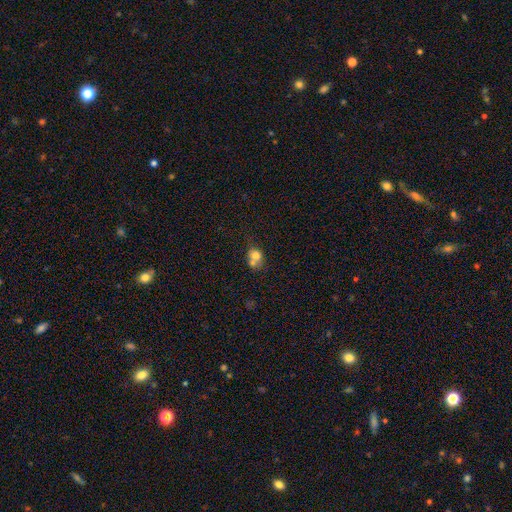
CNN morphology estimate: Smooth or featured? smooth (73%)
How rounded? round (67%)
Merging? merger (49%)